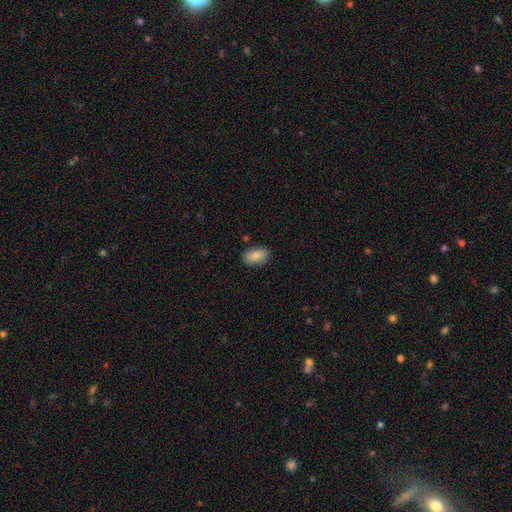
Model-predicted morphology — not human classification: A smooth galaxy with no disk features (82%) that is in between round and cigar-shaped (91%). Merging: none (84%).